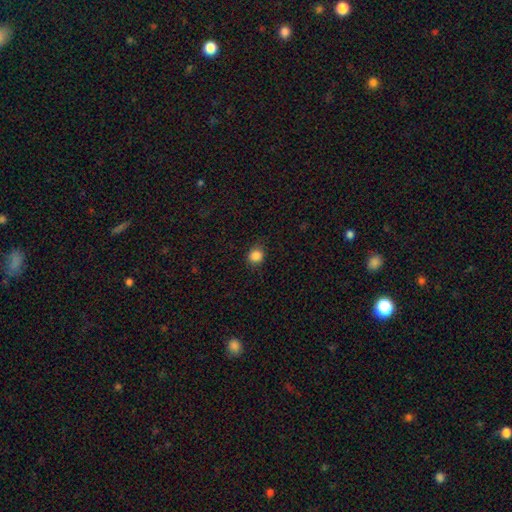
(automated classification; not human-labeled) smooth 86%, star or artifact 11%, featured or disk 3%. Down the decision tree: how rounded — round (84%); merging — none (82%).